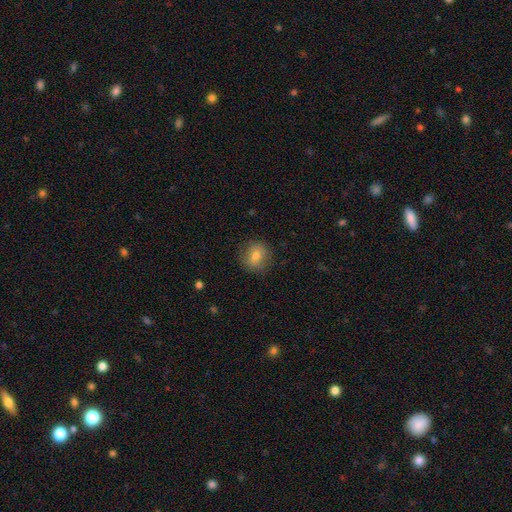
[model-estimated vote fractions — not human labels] A smooth galaxy with no disk features (73%) that is round (80%). Merging: none (83%).